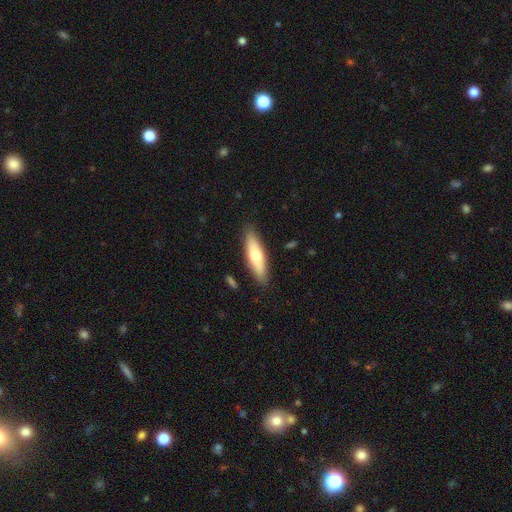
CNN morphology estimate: Smooth or featured?
  - smooth: 66% *
  - featured or disk: 29%
  - star or artifact: 6%
How rounded?
  - cigar-shaped: 63% *
  - in between: 35%
  - round: 2%
Merging?
  - none: 87% *
  - minor disturbance: 10%
  - major disturbance: 2%
  - merger: 2%